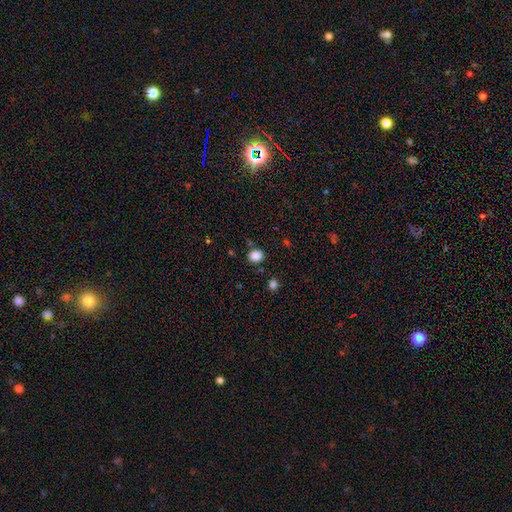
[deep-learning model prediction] Smooth or featured? smooth (86%)
How rounded? round (66%)
Merging? none (82%)